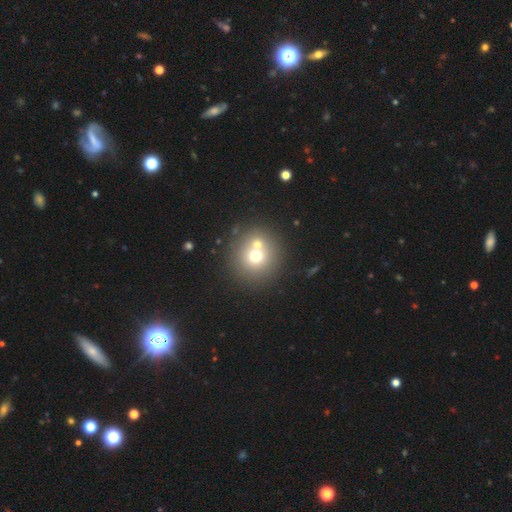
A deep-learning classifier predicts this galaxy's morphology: The model was most divided on "merging": none: 59%, merger: 31%, minor disturbance: 7%, major disturbance: 3%. More confident: how rounded — round (91%); smooth or featured — smooth (67%).